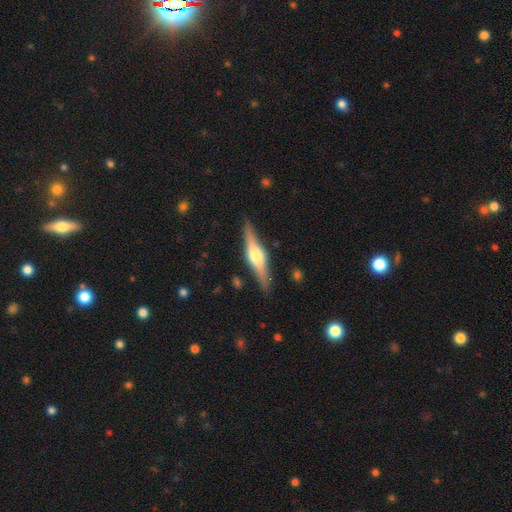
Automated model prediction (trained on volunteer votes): Smooth or featured?
  - featured or disk: 69% *
  - smooth: 25%
  - star or artifact: 5%
Edge-on disk?
  - yes: 97% *
  - no: 3%
Edge-on bulge?
  - rounded: 87% *
  - boxy: 10%
  - none: 3%
Merging?
  - none: 87% *
  - minor disturbance: 9%
  - major disturbance: 2%
  - merger: 1%